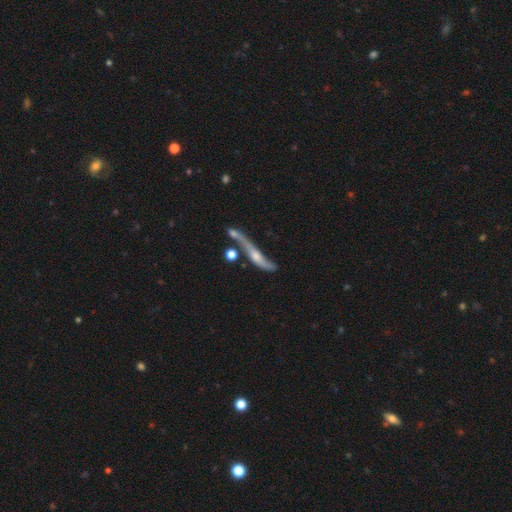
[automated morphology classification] Smooth or featured? Predicted: featured or disk (p=0.70). Edge-on disk? Predicted: yes (p=0.56). Merging? Predicted: none (p=0.37).